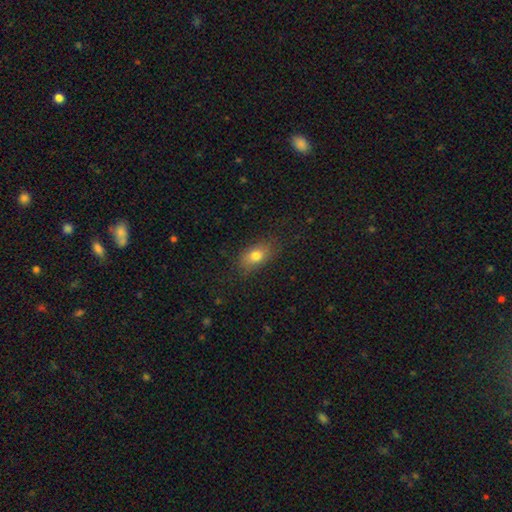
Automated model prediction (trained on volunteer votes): A smooth galaxy with no disk features (77%) that is in between round and cigar-shaped (82%). Merging: none (79%).